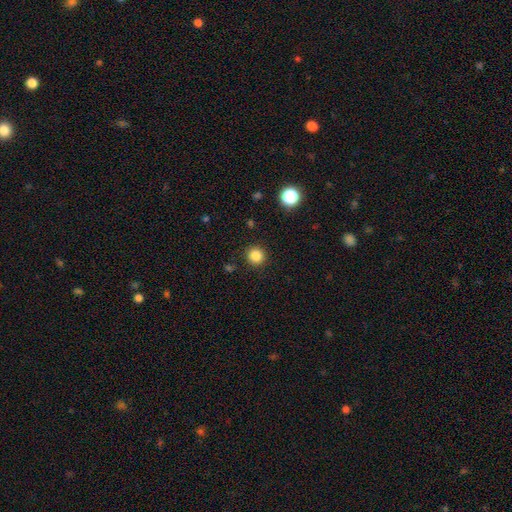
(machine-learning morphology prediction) This is clearly a smooth galaxy (85%). How rounded: clearly round (94%). Merging: clearly none (91%).